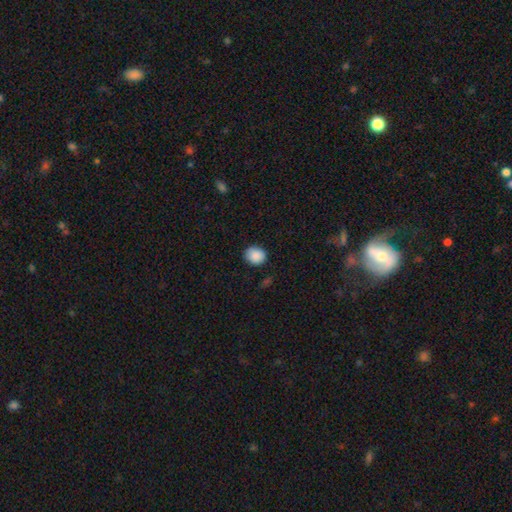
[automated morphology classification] A smooth galaxy with no disk features (88%) that is round (71%). Merging: none (84%).